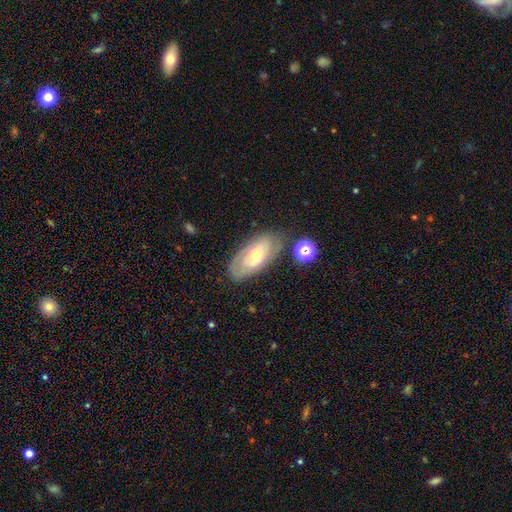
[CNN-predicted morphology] smooth_or_featured: featured or disk (p=0.56) [alt: smooth p=0.36]
disk_edge_on: no (p=0.89) [alt: yes p=0.11]
merging: none (p=0.74) [alt: minor disturbance p=0.17]